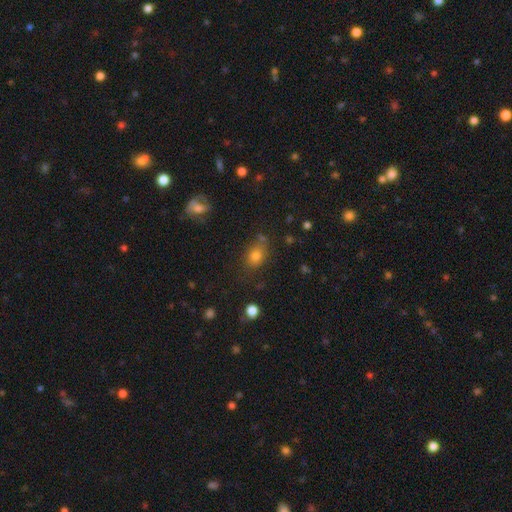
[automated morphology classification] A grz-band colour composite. It shows a smooth galaxy with no disk features (76%) that is in between round and cigar-shaped (60%). Merging: none (70%).